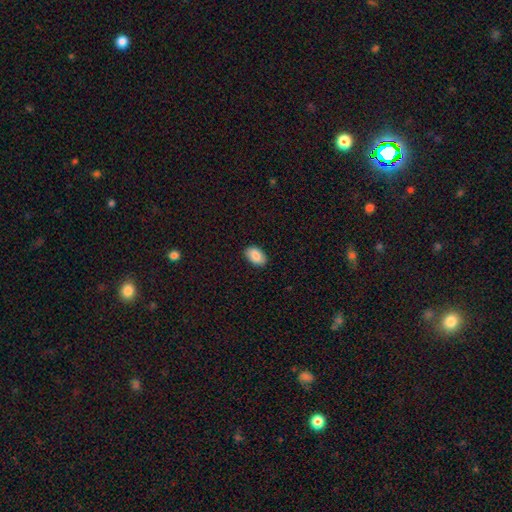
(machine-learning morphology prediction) This is clearly a smooth galaxy (87%). How rounded: clearly in between (92%). Merging: clearly none (89%).